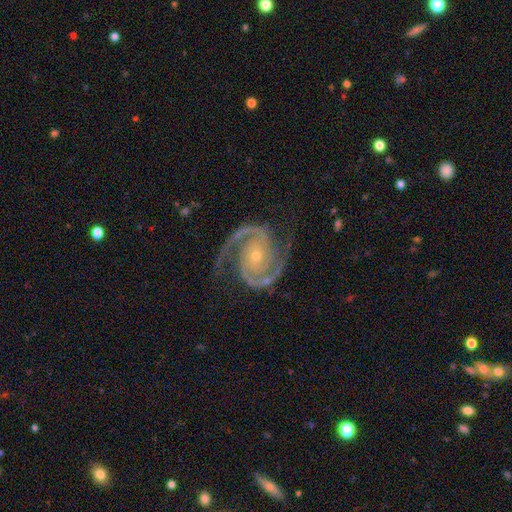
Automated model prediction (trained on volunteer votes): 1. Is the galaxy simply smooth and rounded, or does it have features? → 94% featured or disk, 4% star or artifact, 2% smooth.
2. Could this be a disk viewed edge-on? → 98% no, 2% yes.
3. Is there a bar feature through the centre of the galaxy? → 66% no, 23% weak, 12% strong.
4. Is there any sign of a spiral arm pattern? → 99% yes, 1% no.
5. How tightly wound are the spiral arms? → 51% medium, 43% tight, 6% loose.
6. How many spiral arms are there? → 93% 2, 2% 3, 1% can't tell, 1% 1, 1% 4, 1% more than 4.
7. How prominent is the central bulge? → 71% small, 26% moderate, 1% none, 1% large, 1% dominant.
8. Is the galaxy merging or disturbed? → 80% none, 14% minor disturbance, 5% major disturbance, 1% merger.